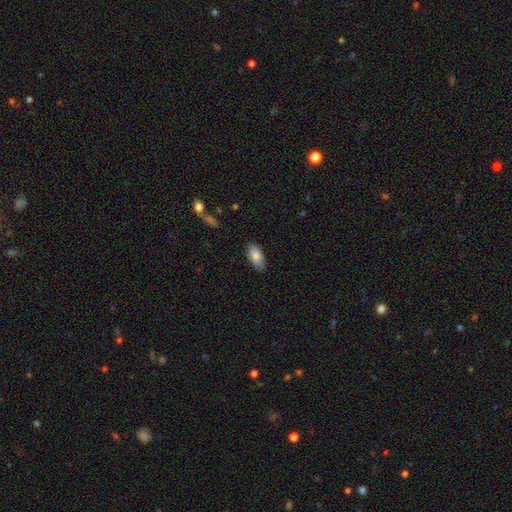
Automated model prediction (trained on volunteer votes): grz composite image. It shows a smooth galaxy with no disk features (83%) that is in between round and cigar-shaped (92%). Merging: none (84%).